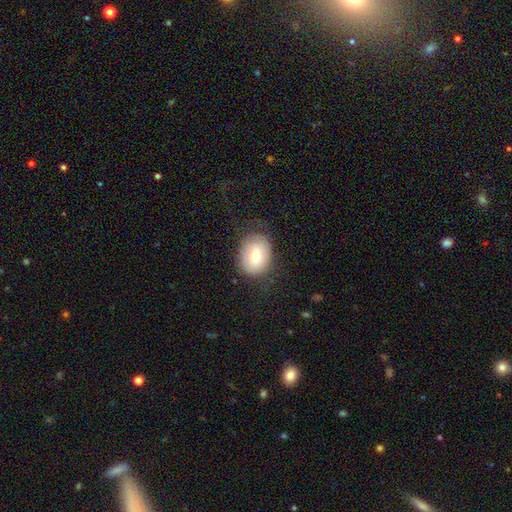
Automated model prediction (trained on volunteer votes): A smooth galaxy with no disk features (69%) that is in between round and cigar-shaped (60%). Merging: none (74%).